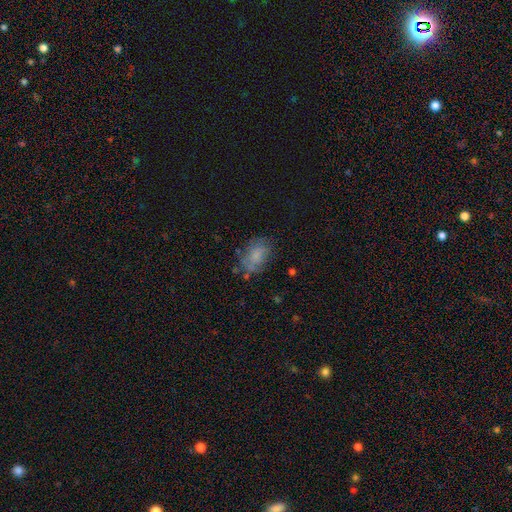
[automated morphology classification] Smooth or featured?
  - smooth: 64% *
  - featured or disk: 25%
  - star or artifact: 11%
How rounded?
  - in between: 81% *
  - round: 18%
  - cigar-shaped: 2%
Merging?
  - none: 60% *
  - minor disturbance: 24%
  - major disturbance: 12%
  - merger: 4%